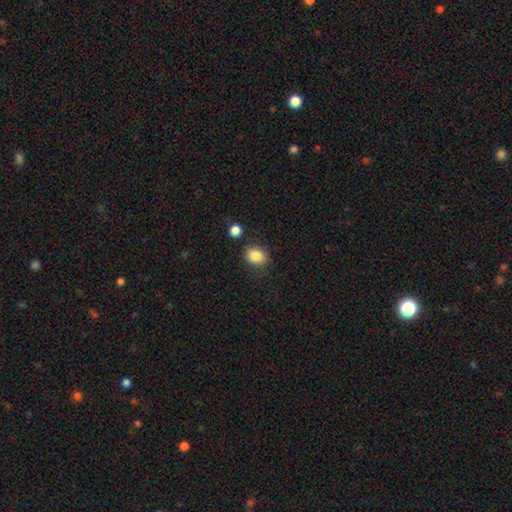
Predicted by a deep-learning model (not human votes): smooth 86%, star or artifact 9%, featured or disk 5%. Down the decision tree: how rounded — in between (61%); merging — none (79%).